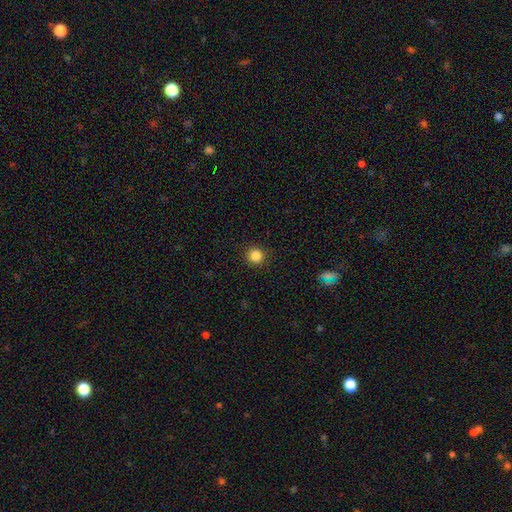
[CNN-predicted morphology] smooth 85%, star or artifact 11%, featured or disk 3%. Down the decision tree: how rounded — round (93%); merging — none (91%).